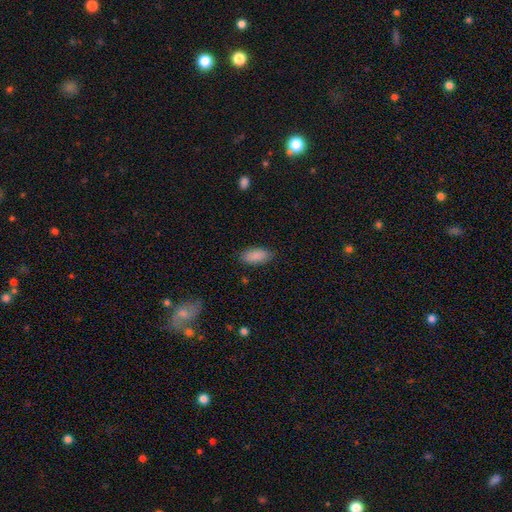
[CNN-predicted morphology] smooth 89%, star or artifact 7%, featured or disk 5%. Down the decision tree: how rounded — in between (90%); merging — none (84%).